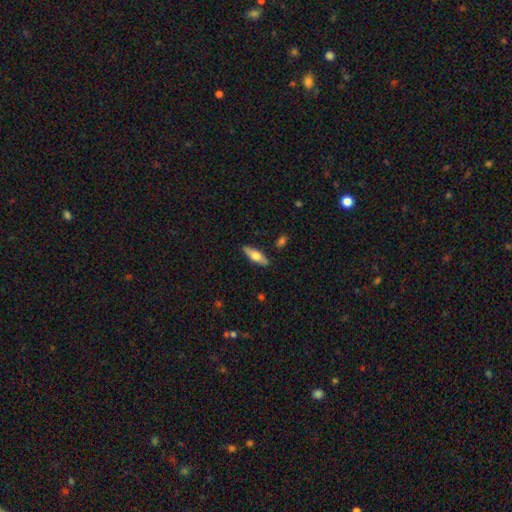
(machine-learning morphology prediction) The model was most divided on "how rounded": in between: 53%, cigar-shaped: 45%, round: 3%. More confident: merging — none (88%); smooth or featured — smooth (55%).